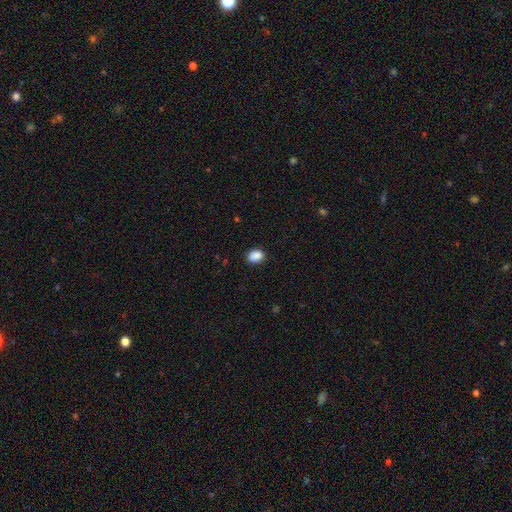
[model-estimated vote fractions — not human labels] A smooth galaxy with no disk features (89%) that is in between round and cigar-shaped (62%).

Vote fractions:
- Smooth or featured? smooth: 89% / star or artifact: 9% / featured or disk: 3%
- How rounded? in between: 62% / round: 37% / cigar-shaped: 1%
- Merging? none: 85% / minor disturbance: 11% / major disturbance: 2% / merger: 1%